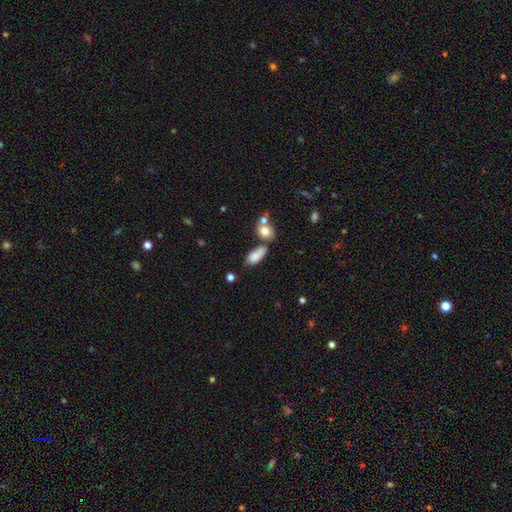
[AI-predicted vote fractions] Smooth or featured? Predicted: smooth (p=0.82). How rounded? Predicted: in between (p=0.84). Merging? Predicted: none (p=0.46).